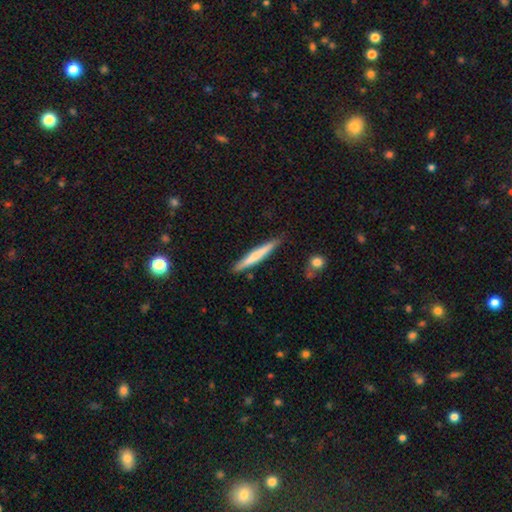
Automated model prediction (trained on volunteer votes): Smooth or featured? smooth (62%)
How rounded? cigar-shaped (96%)
Merging? none (87%)